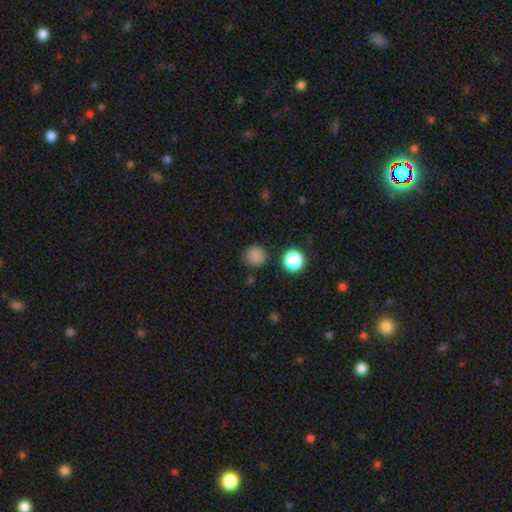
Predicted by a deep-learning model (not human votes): Smooth or featured?
  - smooth: 83% *
  - star or artifact: 13%
  - featured or disk: 4%
How rounded?
  - round: 94% *
  - in between: 5%
  - cigar-shaped: 1%
Merging?
  - none: 86% *
  - minor disturbance: 8%
  - major disturbance: 3%
  - merger: 3%